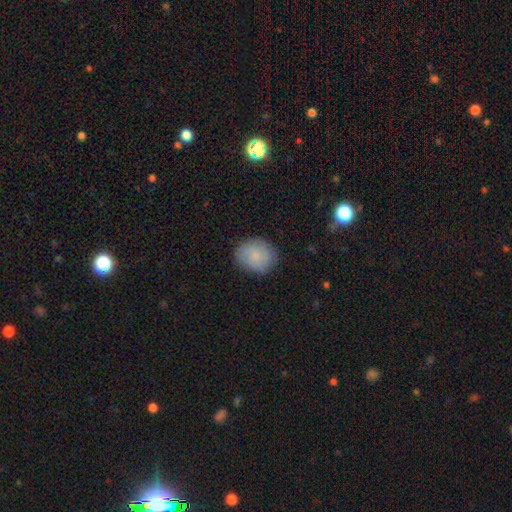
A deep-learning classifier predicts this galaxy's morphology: type=smooth (78%); roundness=round (63%); merging=none (80%).